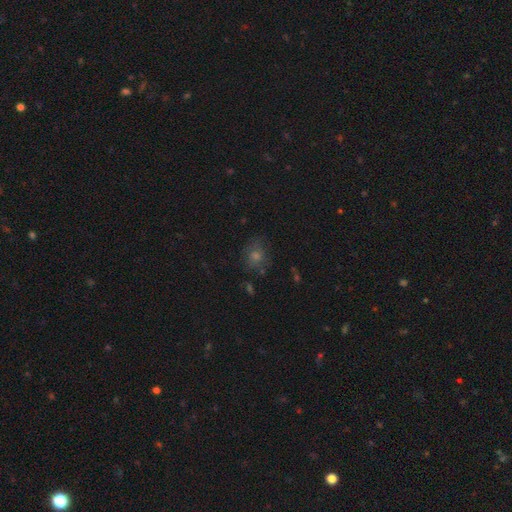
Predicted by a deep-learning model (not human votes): smooth 56%, star or artifact 28%, featured or disk 16%. Down the decision tree: how rounded — round (67%); merging — none (75%).